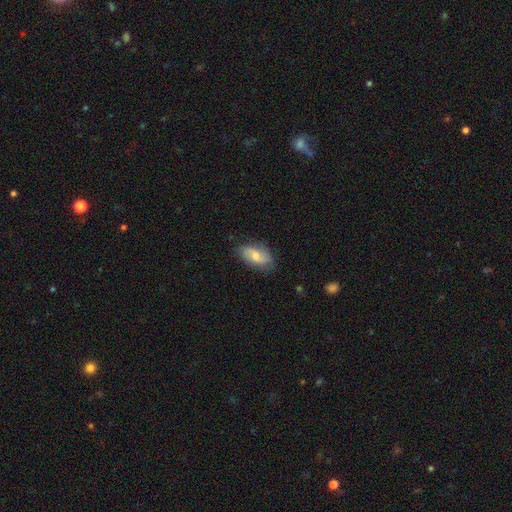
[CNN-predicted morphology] Smooth or featured?
  - smooth: 47% *
  - featured or disk: 46%
  - star or artifact: 7%
Merging?
  - none: 74% *
  - minor disturbance: 19%
  - major disturbance: 5%
  - merger: 1%